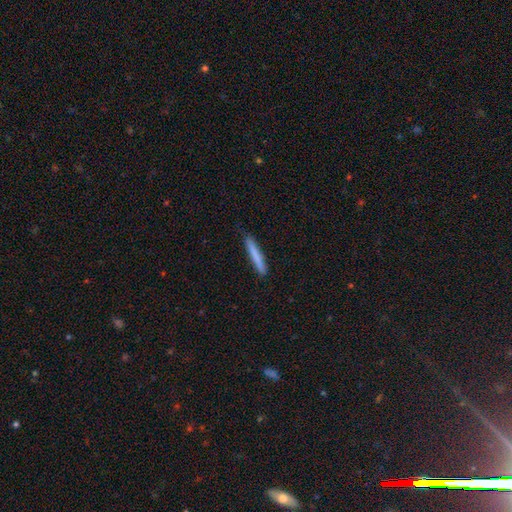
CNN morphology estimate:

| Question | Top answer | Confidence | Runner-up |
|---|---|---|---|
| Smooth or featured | smooth | 79% | featured or disk (15%) |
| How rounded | cigar-shaped | 96% | in between (3%) |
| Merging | none | 88% | minor disturbance (9%) |